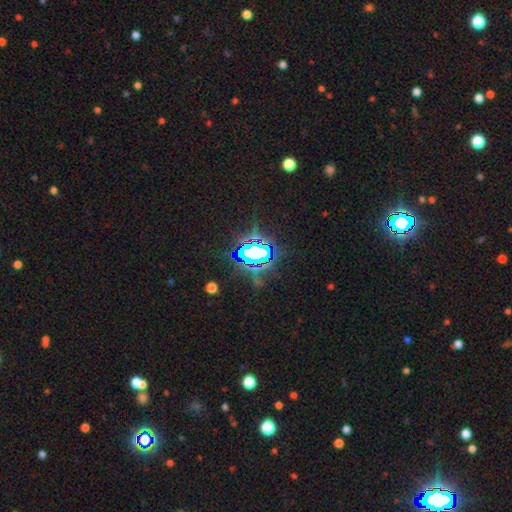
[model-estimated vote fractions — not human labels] Q: Smooth or featured?
A: star or artifact (73%); runner-up: smooth (14%)